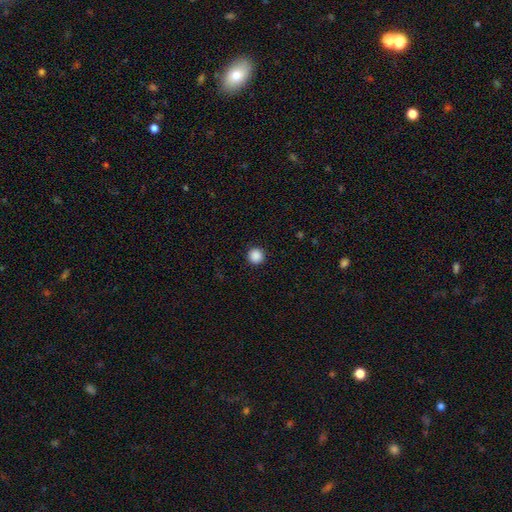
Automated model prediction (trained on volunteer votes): Smooth or featured: smooth — 88% (star or artifact — 10%)
How rounded: round — 96% (in between — 3%)
Merging: none — 93% (minor disturbance — 4%)